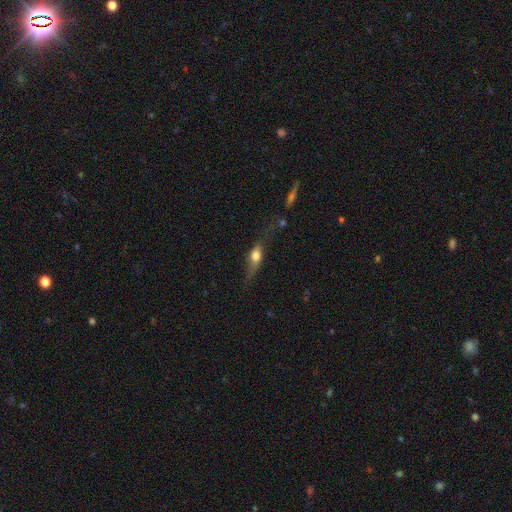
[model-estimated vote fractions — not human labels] This appears to be a smooth galaxy with no disk features (52%) that is in between round and cigar-shaped (52%). Merging: none (49%).